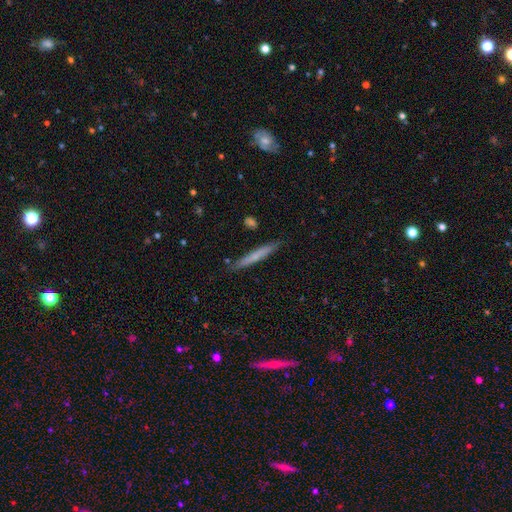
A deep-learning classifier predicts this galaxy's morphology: smooth_or_featured: smooth (p=0.62) [alt: featured or disk p=0.32]
how_rounded: cigar-shaped (p=0.96) [alt: in between p=0.03]
merging: none (p=0.87) [alt: minor disturbance p=0.10]